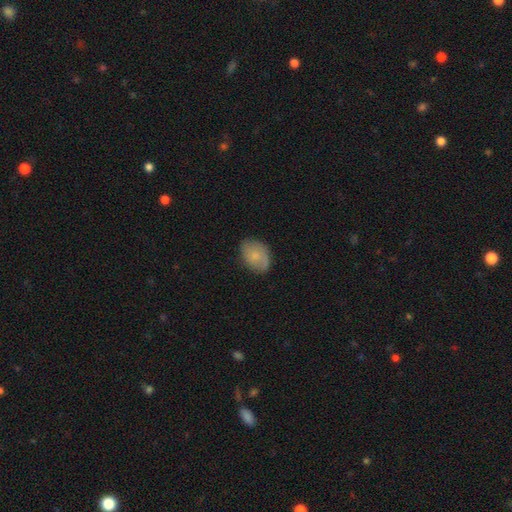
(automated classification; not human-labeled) smooth 67%, featured or disk 26%, star or artifact 7%. Down the decision tree: how rounded — in between (76%); merging — none (76%).